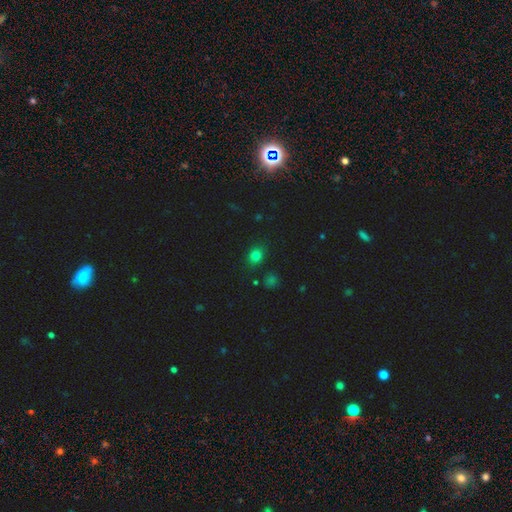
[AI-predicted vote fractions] Overall: smooth (76%). How rounded: round (61%; in between 37%). Merging: none (83%).